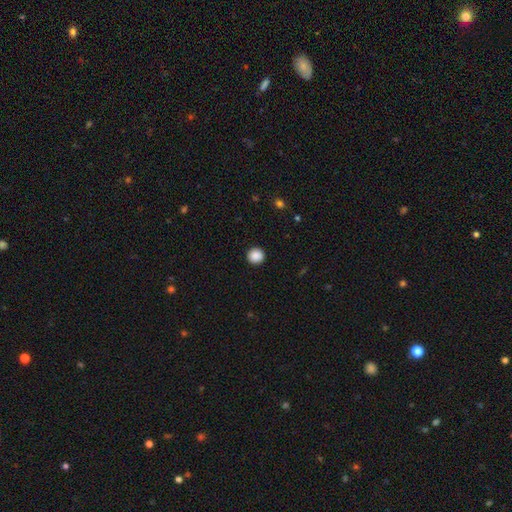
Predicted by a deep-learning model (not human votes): Smooth or featured?
  - smooth: 88% *
  - star or artifact: 9%
  - featured or disk: 3%
How rounded?
  - round: 94% *
  - in between: 5%
  - cigar-shaped: 1%
Merging?
  - none: 92% *
  - minor disturbance: 5%
  - major disturbance: 2%
  - merger: 1%